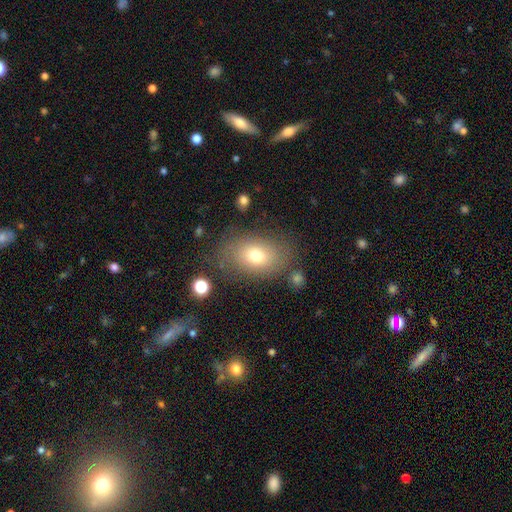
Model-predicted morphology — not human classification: Q: Smooth or featured?
A: smooth (72%); runner-up: featured or disk (17%)
Q: How rounded?
A: in between (81%); runner-up: round (18%)
Q: Merging?
A: none (74%); runner-up: minor disturbance (15%)